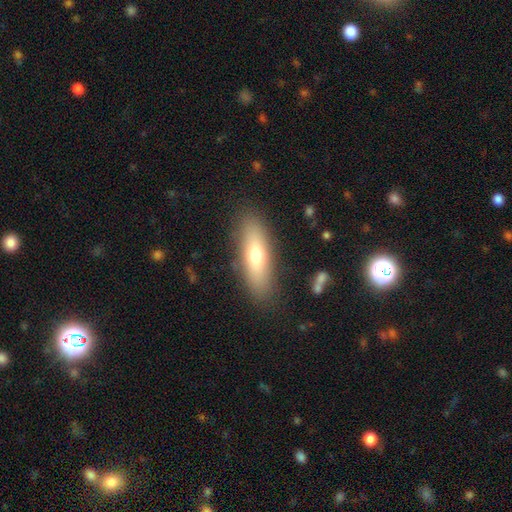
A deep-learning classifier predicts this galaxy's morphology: type=smooth (65%); roundness=in between (56%); merging=none (86%).